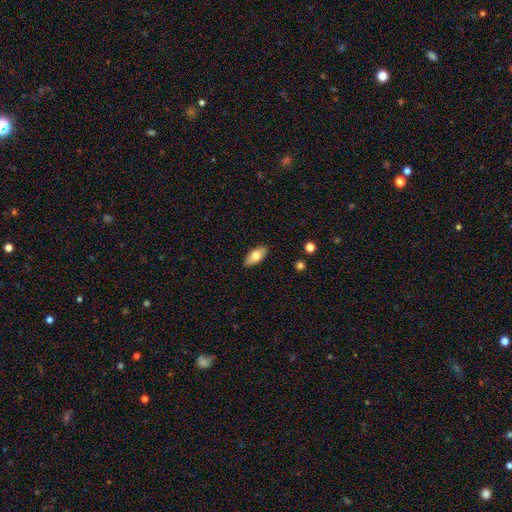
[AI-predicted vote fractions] smooth_or_featured: smooth (p=0.76) [alt: featured or disk p=0.17]
how_rounded: in between (p=0.89) [alt: cigar-shaped p=0.08]
merging: none (p=0.88) [alt: minor disturbance p=0.09]